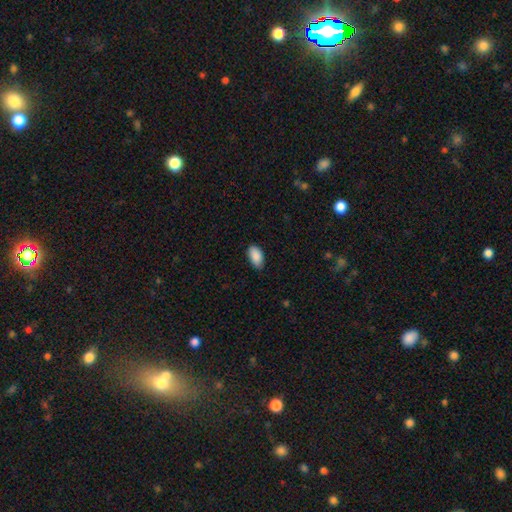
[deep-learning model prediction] Morphology: type=smooth (90%); roundness=in between (95%); merging=none (80%).